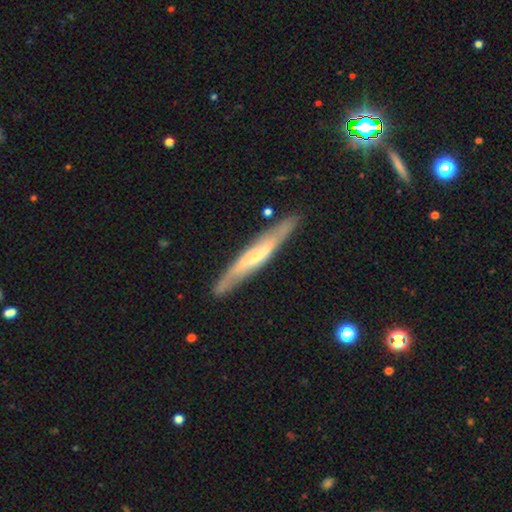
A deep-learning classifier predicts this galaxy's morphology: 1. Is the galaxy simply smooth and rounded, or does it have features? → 63% featured or disk, 32% smooth, 5% star or artifact.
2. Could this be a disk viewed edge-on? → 75% yes, 25% no.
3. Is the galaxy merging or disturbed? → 85% none, 11% minor disturbance, 2% major disturbance, 2% merger.